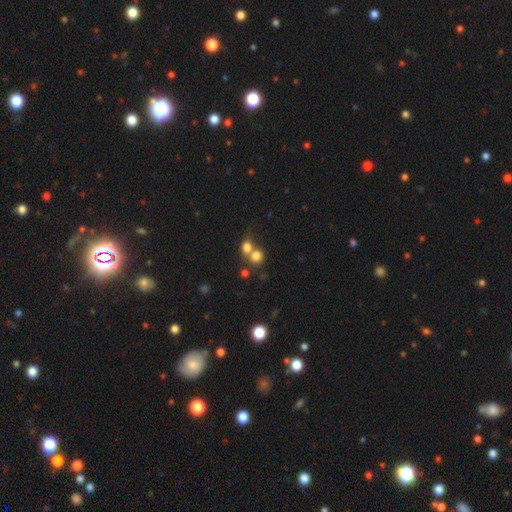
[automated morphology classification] smooth 76%, star or artifact 13%, featured or disk 10%. Down the decision tree: how rounded — round (78%); merging — merger (52%).